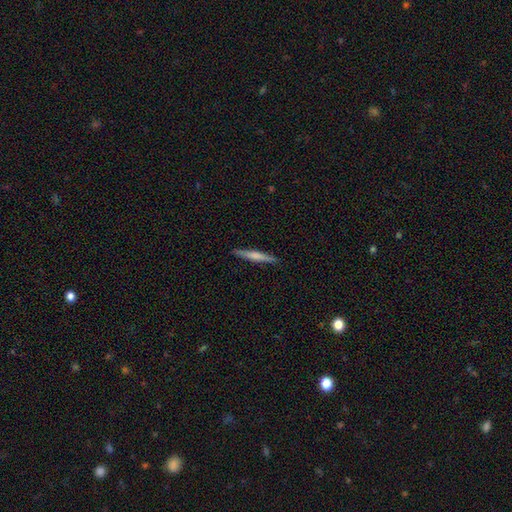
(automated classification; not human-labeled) Smooth or featured? smooth (53%)
How rounded? cigar-shaped (95%)
Merging? none (91%)